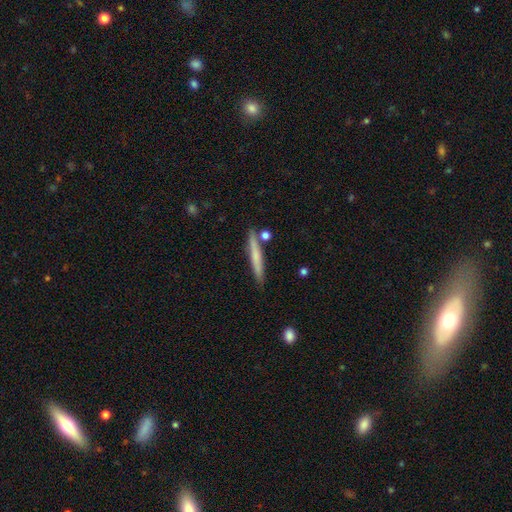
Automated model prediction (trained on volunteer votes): A smooth galaxy with no disk features (62%) that is cigar-shaped (95%).

Vote fractions:
- Smooth or featured? smooth: 62% / featured or disk: 32% / star or artifact: 6%
- How rounded? cigar-shaped: 95% / in between: 3% / round: 2%
- Merging? none: 83% / minor disturbance: 10% / merger: 5% / major disturbance: 2%